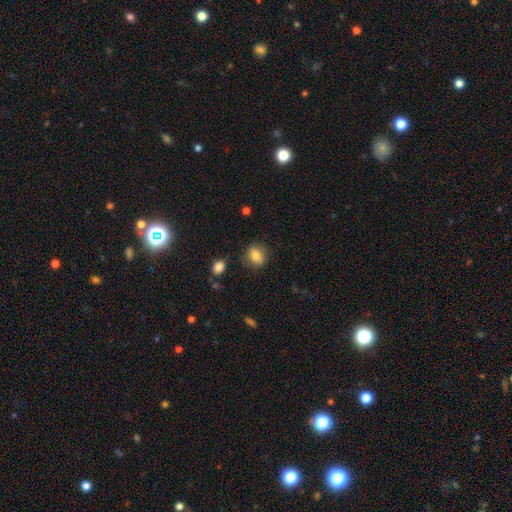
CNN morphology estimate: Smooth or featured?
  - smooth: 80% *
  - featured or disk: 11%
  - star or artifact: 9%
How rounded?
  - round: 57% *
  - in between: 42%
  - cigar-shaped: 2%
Merging?
  - none: 82% *
  - minor disturbance: 13%
  - major disturbance: 4%
  - merger: 2%